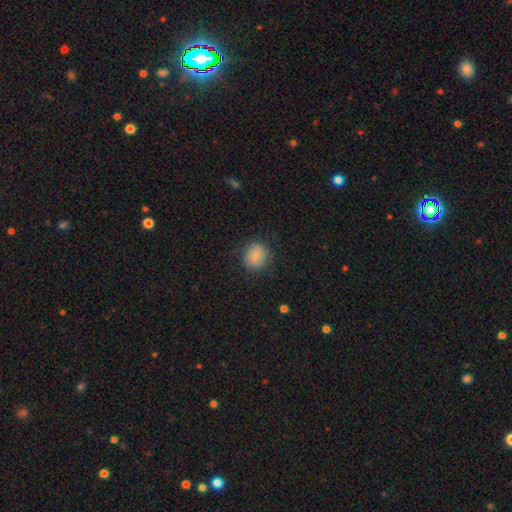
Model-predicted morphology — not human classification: Smooth or featured? Predicted: smooth (p=0.73). How rounded? Predicted: round (p=0.80). Merging? Predicted: none (p=0.77).